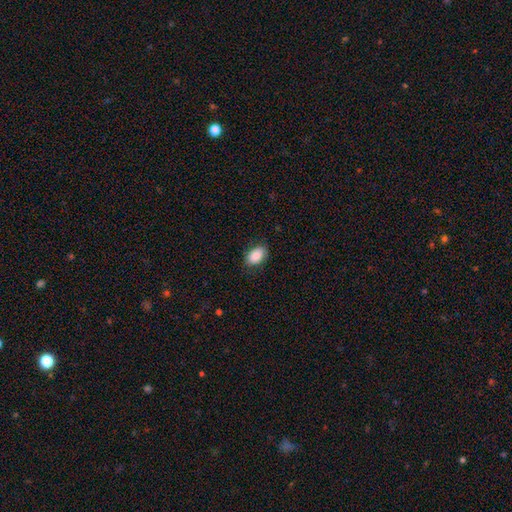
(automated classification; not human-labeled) Smooth or featured? Predicted: smooth (p=0.86). How rounded? Predicted: in between (p=0.88). Merging? Predicted: none (p=0.80).